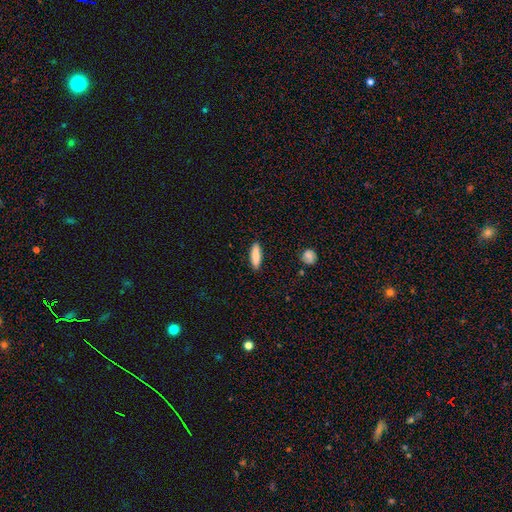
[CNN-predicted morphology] Smooth or featured? smooth (83%)
How rounded? cigar-shaped (58%)
Merging? none (88%)